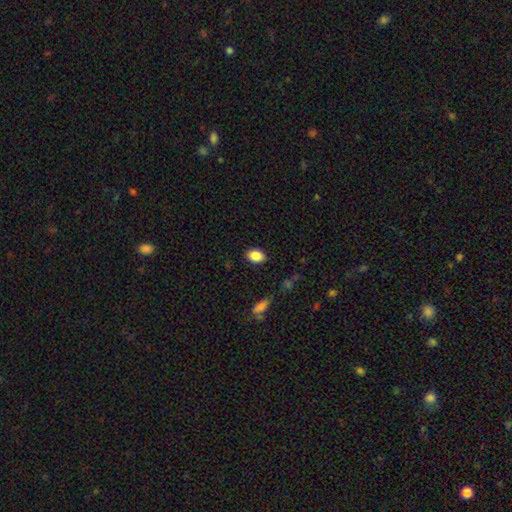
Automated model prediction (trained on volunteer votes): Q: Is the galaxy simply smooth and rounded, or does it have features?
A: smooth — 87%.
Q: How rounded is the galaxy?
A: in between — 76%.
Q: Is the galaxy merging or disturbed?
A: none — 87%.